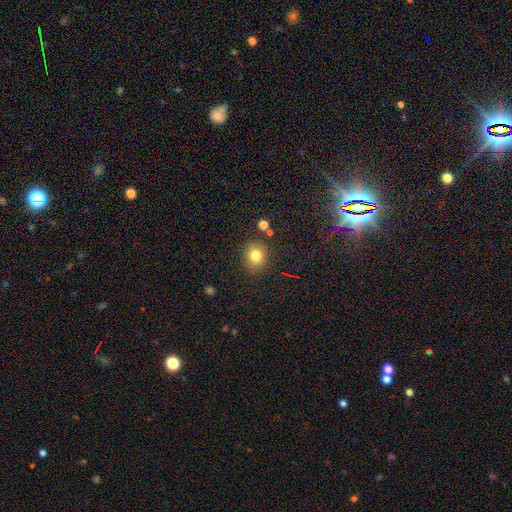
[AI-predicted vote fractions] smooth_or_featured: smooth (p=0.79) [alt: star or artifact p=0.14]
how_rounded: round (p=0.78) [alt: in between p=0.21]
merging: none (p=0.83) [alt: minor disturbance p=0.10]